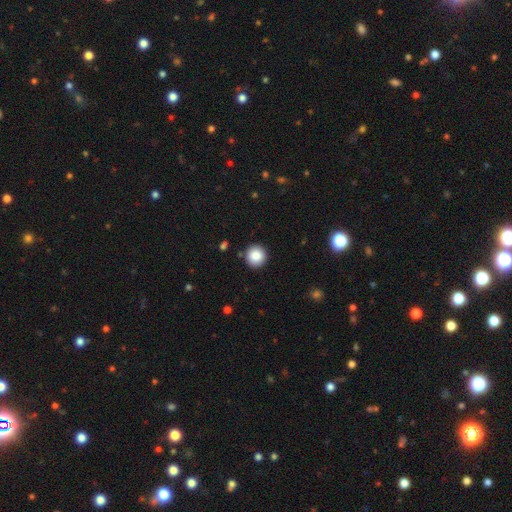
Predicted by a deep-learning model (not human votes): Morphology: type=smooth (87%); roundness=round (94%); merging=none (91%).